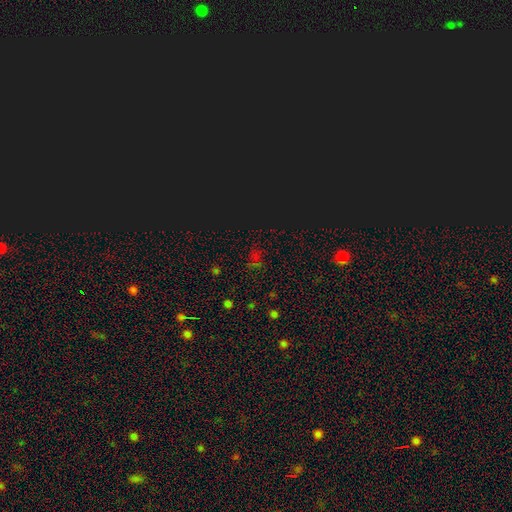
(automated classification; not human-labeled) Q: Smooth or featured?
A: star or artifact (69%); runner-up: smooth (24%)